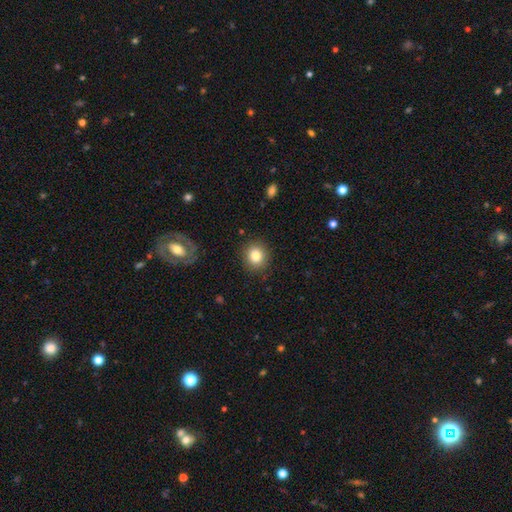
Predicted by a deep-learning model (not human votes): smooth-or-featured: smooth: 83% | star or artifact: 10% | featured or disk: 8%
  how-rounded: round: 85% | in between: 14% | cigar-shaped: 1%
  merging: none: 88% | minor disturbance: 8% | major disturbance: 3% | merger: 1%